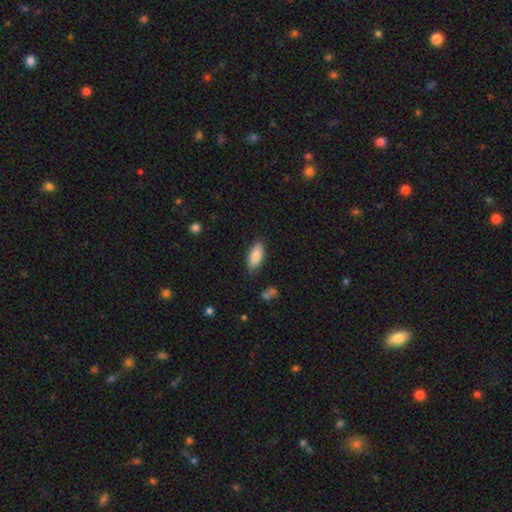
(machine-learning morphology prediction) Smooth or featured? smooth (86%)
How rounded? in between (84%)
Merging? none (84%)